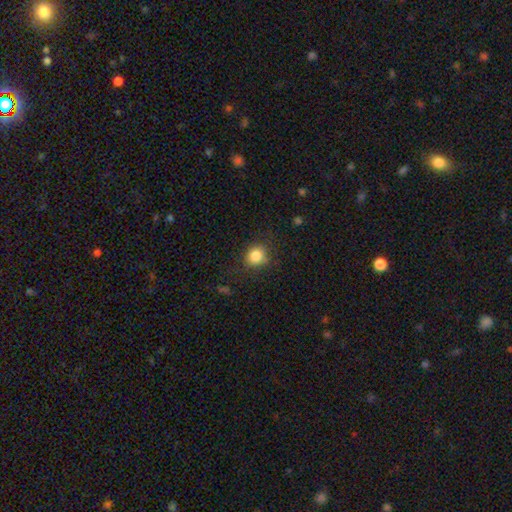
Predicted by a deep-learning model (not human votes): smooth-or-featured: smooth: 84% | star or artifact: 10% | featured or disk: 5%
  how-rounded: round: 84% | in between: 15% | cigar-shaped: 1%
  merging: none: 82% | minor disturbance: 12% | major disturbance: 4% | merger: 1%